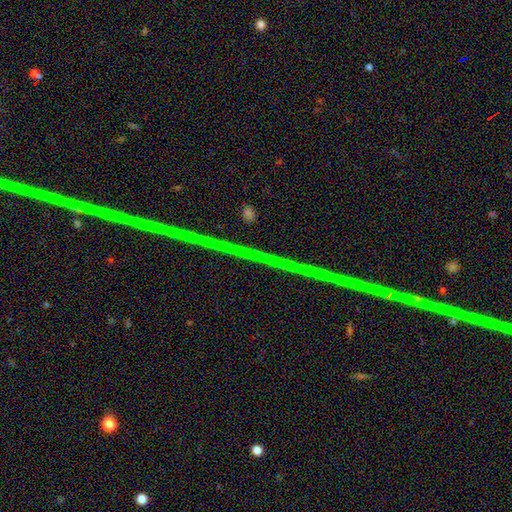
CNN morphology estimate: Smooth or featured? star or artifact (74%)